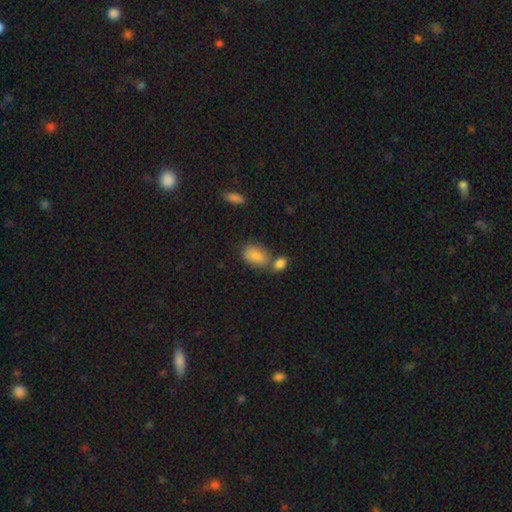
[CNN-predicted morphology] Smooth or featured: smooth — 84% (featured or disk — 8%)
How rounded: in between — 87% (round — 11%)
Merging: none — 50% (merger — 30%)